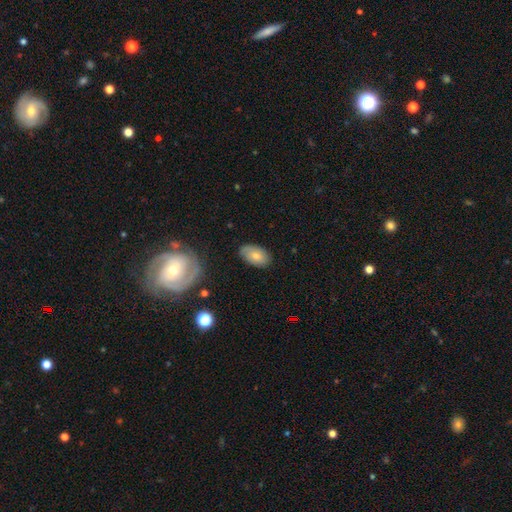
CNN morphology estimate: Overall: smooth (72%). How rounded: in between (93%). Merging: none (79%).